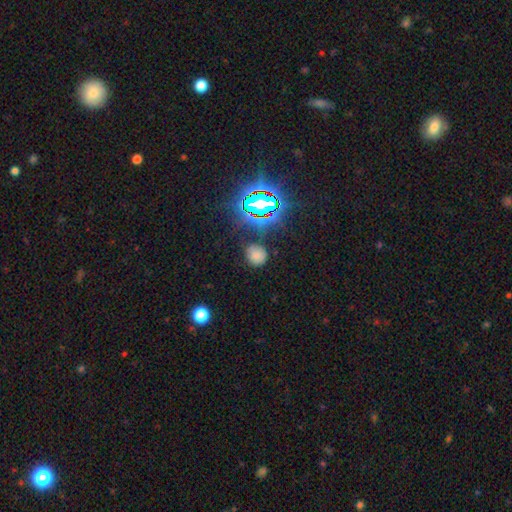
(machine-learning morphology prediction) smooth 67%, star or artifact 25%, featured or disk 8%. Down the decision tree: how rounded — round (80%); merging — none (78%).